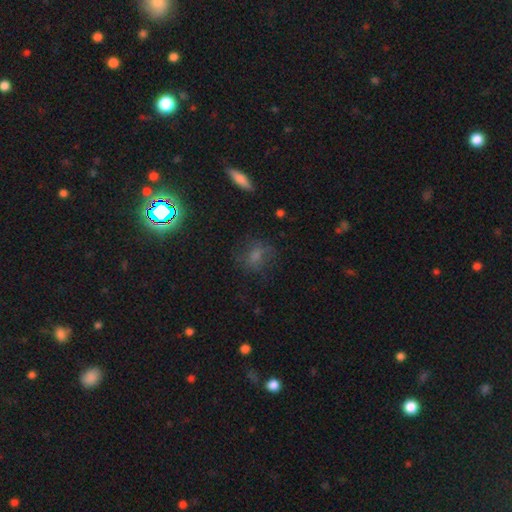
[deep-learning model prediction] Smooth or featured? smooth (60%)
How rounded? round (52%)
Merging? none (67%)